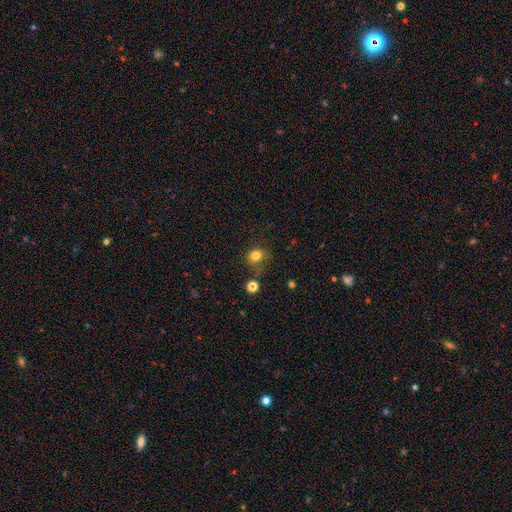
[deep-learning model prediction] Morphology: type=smooth (80%); roundness=round (73%); merging=none (62%).